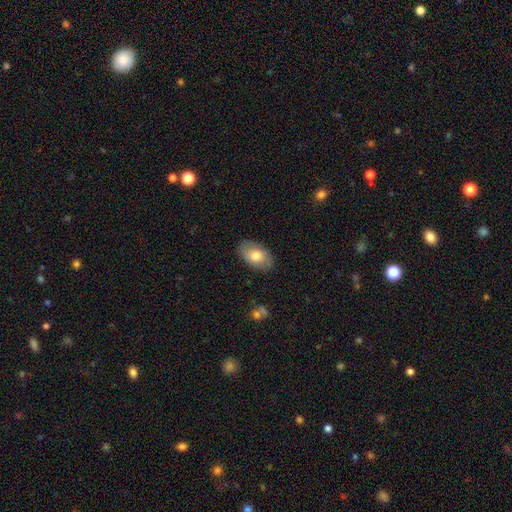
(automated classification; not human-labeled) Q: Smooth or featured?
A: smooth (71%); runner-up: featured or disk (23%)
Q: How rounded?
A: in between (93%); runner-up: round (6%)
Q: Merging?
A: none (83%); runner-up: minor disturbance (13%)